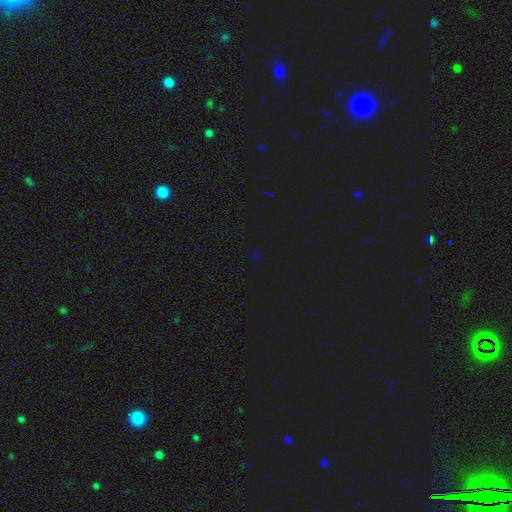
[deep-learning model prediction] Smooth or featured?
  - star or artifact: 74% *
  - smooth: 20%
  - featured or disk: 6%